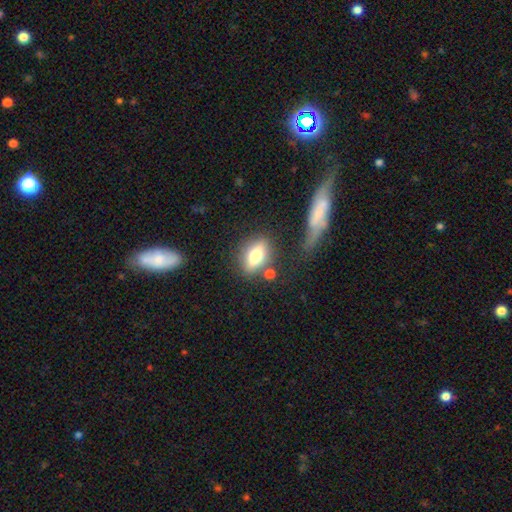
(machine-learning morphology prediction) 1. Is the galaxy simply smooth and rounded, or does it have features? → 64% smooth, 27% featured or disk, 9% star or artifact.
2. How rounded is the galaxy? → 76% in between, 13% round, 11% cigar-shaped.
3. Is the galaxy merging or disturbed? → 72% none, 14% minor disturbance, 8% merger, 6% major disturbance.